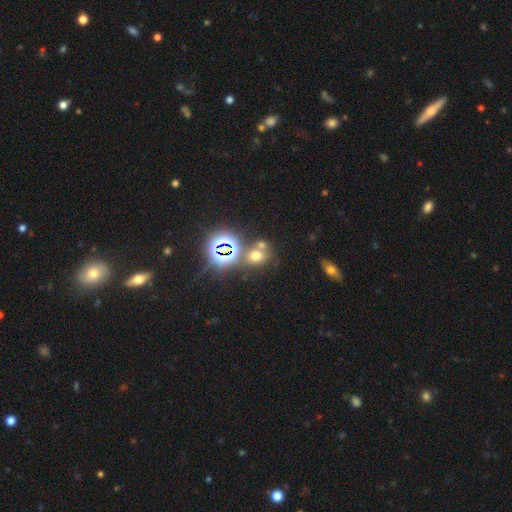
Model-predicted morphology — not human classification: This appears to be a smooth galaxy with no disk features (52%) that is round (59%). Merging: none (56%).